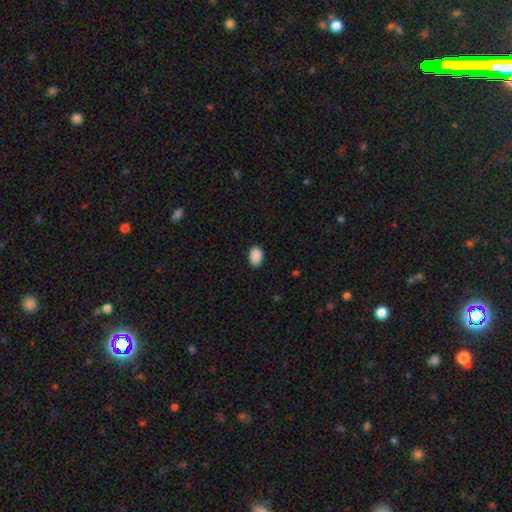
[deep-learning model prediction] This appears to be a smooth galaxy with no disk features (90%) that is in between round and cigar-shaped (90%). Merging: none (88%).